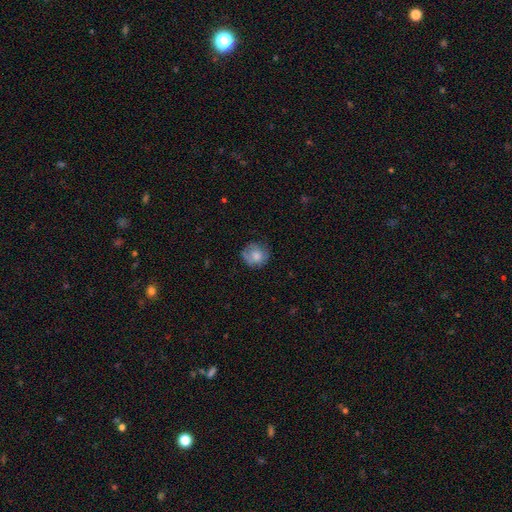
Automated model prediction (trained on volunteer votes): A smooth galaxy with no disk features (73%) that is round (87%).

Vote fractions:
- Smooth or featured? smooth: 73% / featured or disk: 19% / star or artifact: 8%
- How rounded? round: 87% / in between: 12% / cigar-shaped: 1%
- Merging? none: 70% / minor disturbance: 22% / major disturbance: 7% / merger: 1%